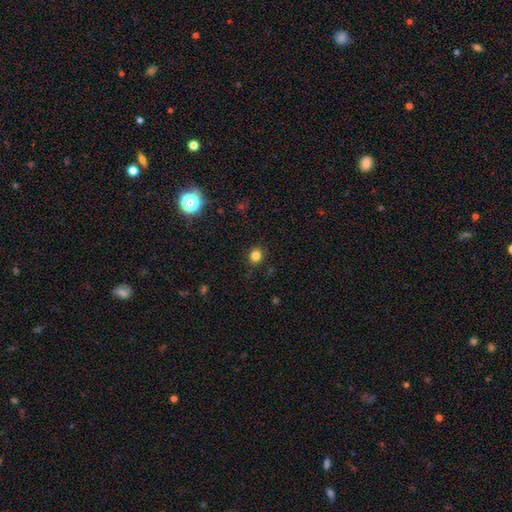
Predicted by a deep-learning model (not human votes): This appears to be a smooth galaxy with no disk features (82%) that is round (77%). Merging: none (86%).